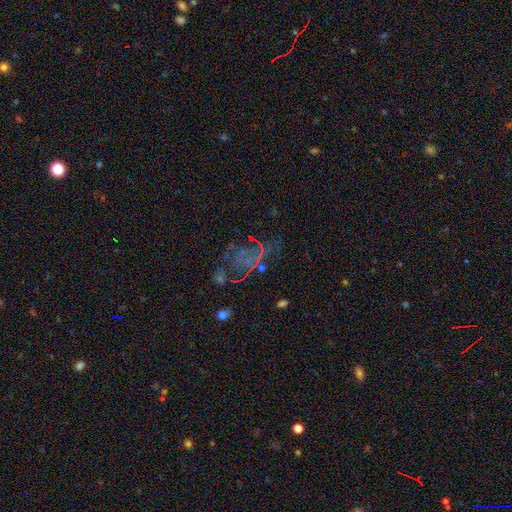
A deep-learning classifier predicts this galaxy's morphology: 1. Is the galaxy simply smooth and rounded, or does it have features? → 41% featured or disk, 39% star or artifact, 20% smooth.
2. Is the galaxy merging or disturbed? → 47% none, 29% major disturbance, 16% minor disturbance, 8% merger.